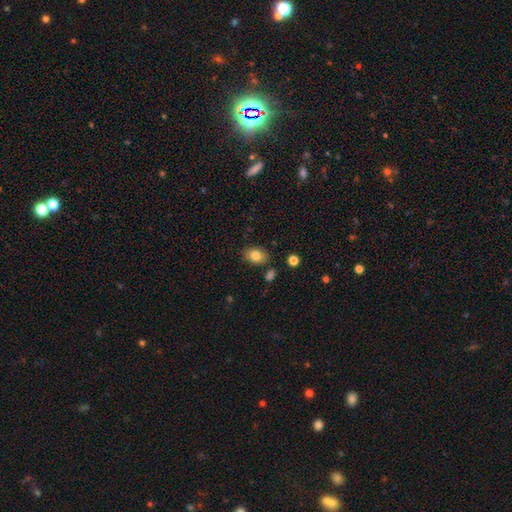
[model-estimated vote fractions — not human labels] This appears to be a smooth galaxy with no disk features (81%) that is in between round and cigar-shaped (76%). Merging: none (82%).